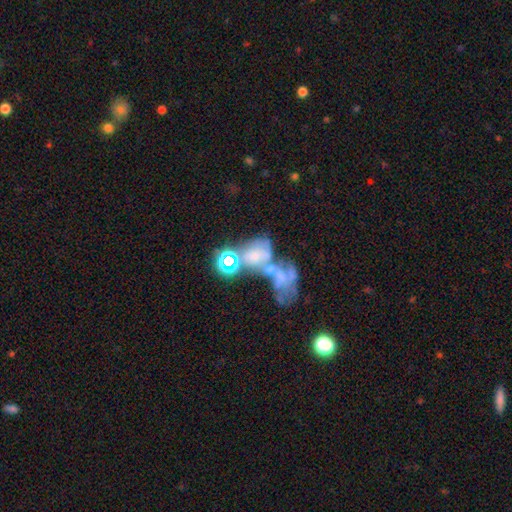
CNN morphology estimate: This appears to be a featured or disk galaxy (40%). Merging: merger (64%).